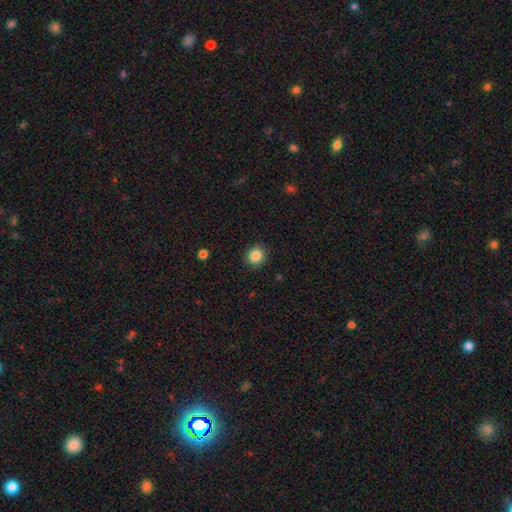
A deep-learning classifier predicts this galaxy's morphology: A smooth galaxy with no disk features (86%) that is round (86%).

Vote fractions:
- Smooth or featured? smooth: 86% / star or artifact: 10% / featured or disk: 4%
- How rounded? round: 86% / in between: 13% / cigar-shaped: 1%
- Merging? none: 90% / minor disturbance: 7% / major disturbance: 2% / merger: 1%